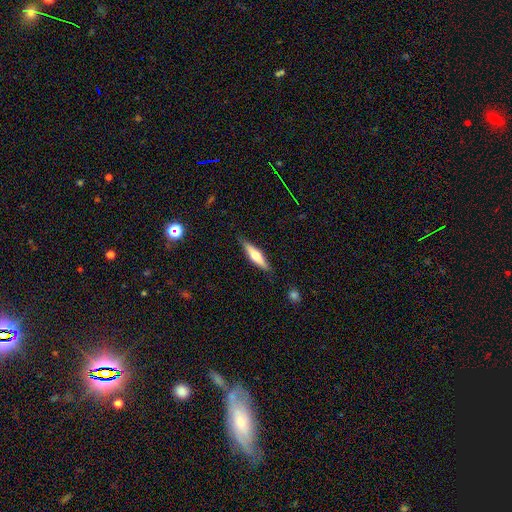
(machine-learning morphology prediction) Smooth or featured: featured or disk — 49% (smooth — 45%)
Merging: none — 86% (minor disturbance — 10%)